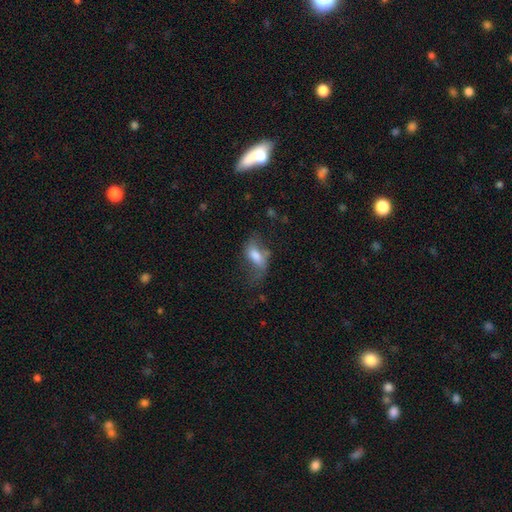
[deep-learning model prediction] A smooth galaxy with no disk features (54%) that is in between round and cigar-shaped (86%). Merging: none (35%).